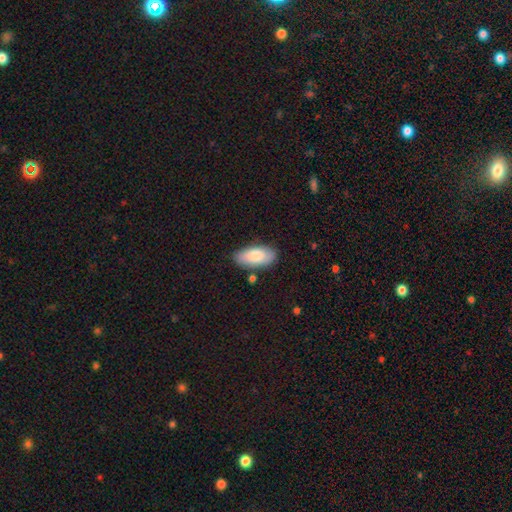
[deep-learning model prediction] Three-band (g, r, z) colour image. It shows a smooth galaxy with no disk features (82%) that is in between round and cigar-shaped (91%). Merging: none (81%).